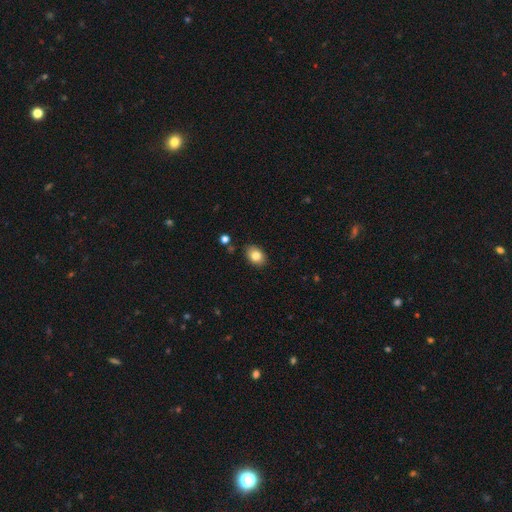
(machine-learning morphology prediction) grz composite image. It shows a smooth galaxy with no disk features (82%) that is in between round and cigar-shaped (76%). Merging: none (87%).